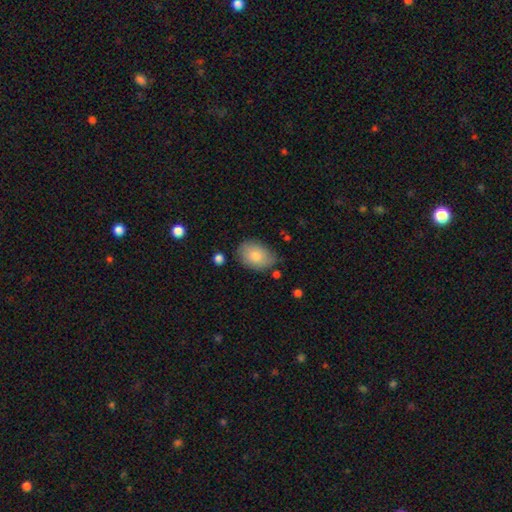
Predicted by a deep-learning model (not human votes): The model was most divided on "merging": none: 68%, minor disturbance: 24%, major disturbance: 5%, merger: 3%. More confident: how rounded — in between (81%); smooth or featured — smooth (80%).